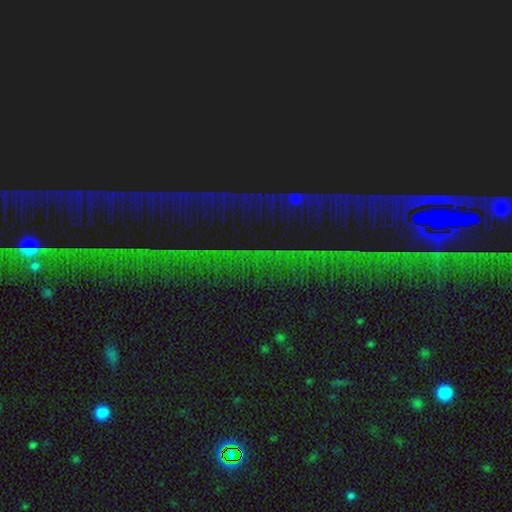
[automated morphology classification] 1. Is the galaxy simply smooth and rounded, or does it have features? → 88% star or artifact, 7% featured or disk, 6% smooth.